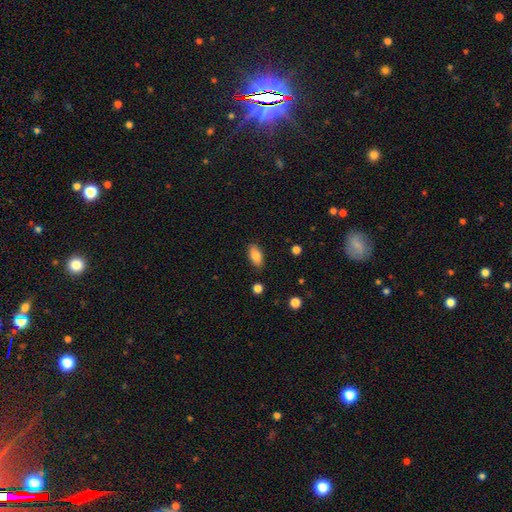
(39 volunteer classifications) This appears to be a smooth galaxy with no disk features (87%) that is in between round and cigar-shaped (94%). Merging: none (89%).